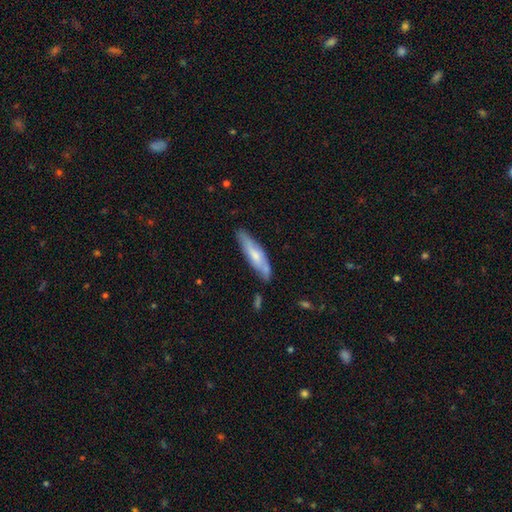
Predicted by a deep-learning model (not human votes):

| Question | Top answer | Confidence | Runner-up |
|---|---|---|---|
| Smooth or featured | smooth | 54% | featured or disk (40%) |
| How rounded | cigar-shaped | 74% | in between (25%) |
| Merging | none | 70% | minor disturbance (21%) |